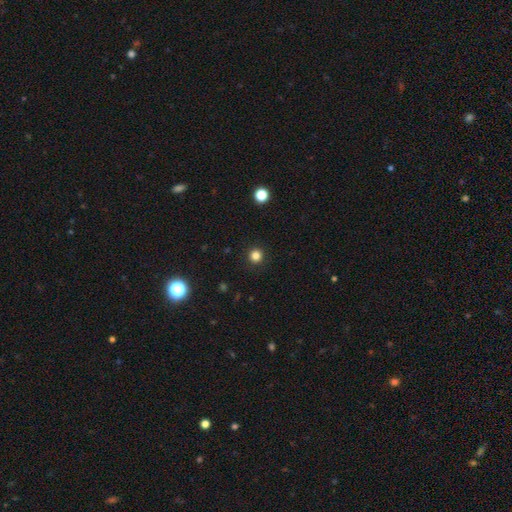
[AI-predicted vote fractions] smooth-or-featured: smooth: 82% | star or artifact: 14% | featured or disk: 4%
  how-rounded: round: 95% | in between: 4% | cigar-shaped: 1%
  merging: none: 92% | minor disturbance: 5% | major disturbance: 2% | merger: 1%